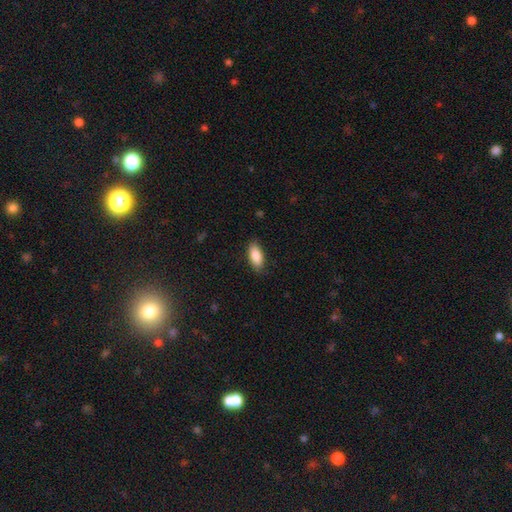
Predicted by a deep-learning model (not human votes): Smooth or featured?
  - smooth: 87% *
  - featured or disk: 7%
  - star or artifact: 6%
How rounded?
  - in between: 85% *
  - cigar-shaped: 13%
  - round: 2%
Merging?
  - none: 83% *
  - minor disturbance: 13%
  - major disturbance: 3%
  - merger: 1%